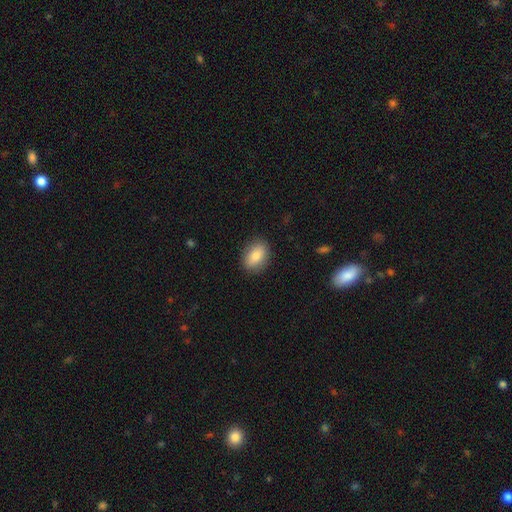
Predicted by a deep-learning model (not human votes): Smooth or featured? Predicted: smooth (p=0.82). How rounded? Predicted: in between (p=0.80). Merging? Predicted: none (p=0.87).